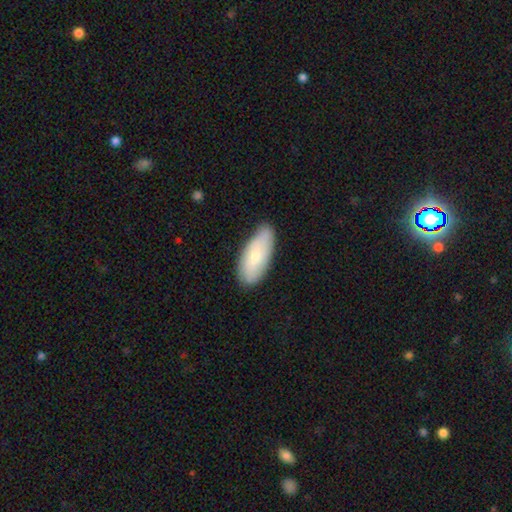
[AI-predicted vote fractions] A smooth galaxy with no disk features (74%) that is in between round and cigar-shaped (84%). Merging: none (73%).